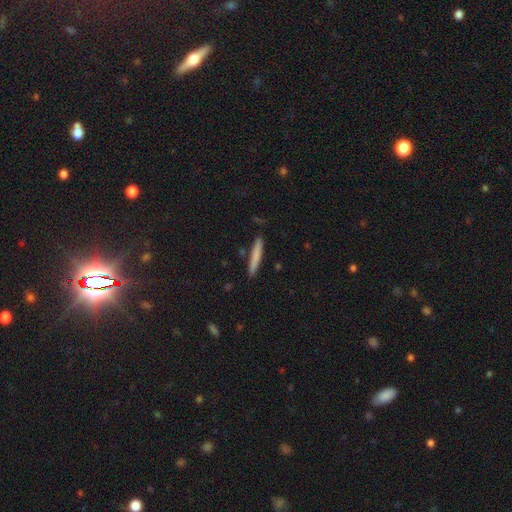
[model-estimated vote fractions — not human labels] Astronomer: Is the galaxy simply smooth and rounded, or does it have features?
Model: smooth — 76%.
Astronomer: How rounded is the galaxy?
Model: cigar-shaped — 95%.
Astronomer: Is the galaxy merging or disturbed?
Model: none — 88%.